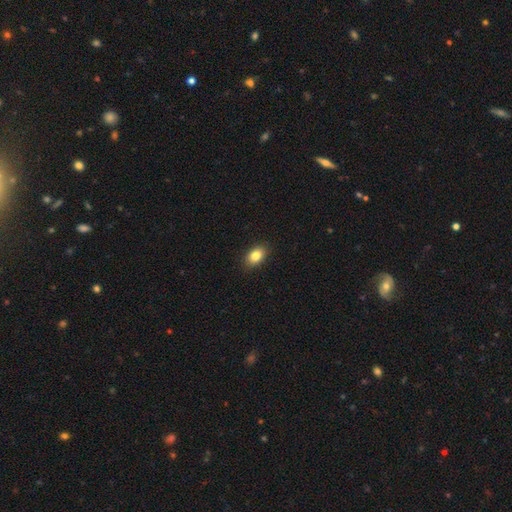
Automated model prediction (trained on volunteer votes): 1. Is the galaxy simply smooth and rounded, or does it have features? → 84% smooth, 8% star or artifact, 8% featured or disk.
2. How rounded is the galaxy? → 87% in between, 11% round, 2% cigar-shaped.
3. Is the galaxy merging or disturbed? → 89% none, 8% minor disturbance, 2% major disturbance, 1% merger.